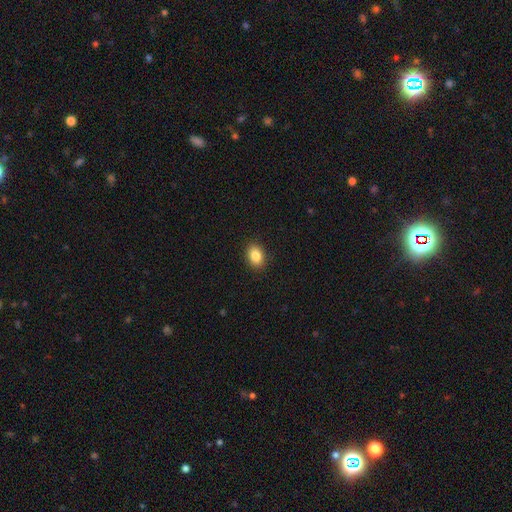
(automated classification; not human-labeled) This is clearly a smooth galaxy (86%). How rounded: likely in between (75%). Merging: clearly none (90%).